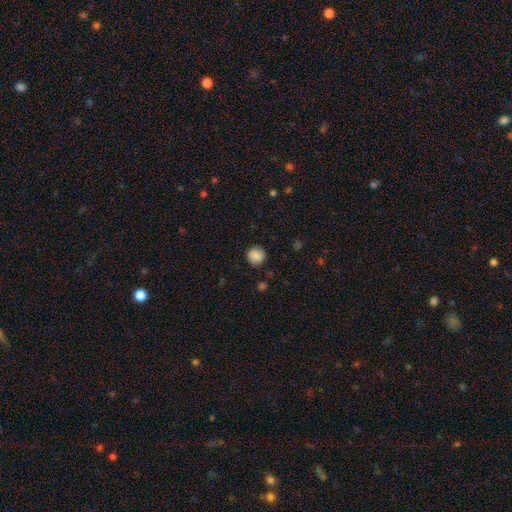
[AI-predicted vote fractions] Overall: smooth (86%). How rounded: round (90%). Merging: none (86%).